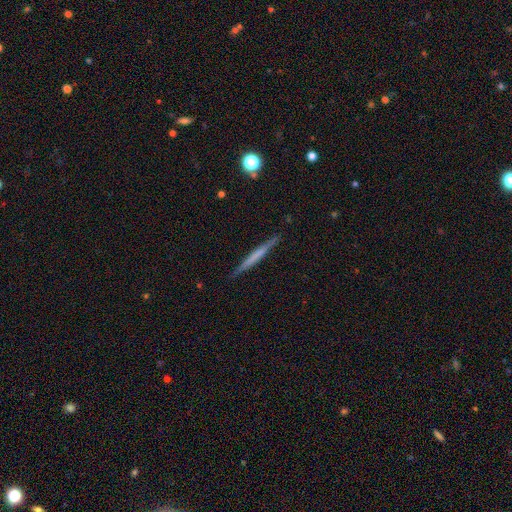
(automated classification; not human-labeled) smooth-or-featured: featured or disk: 50% | smooth: 44% | star or artifact: 6%
  merging: none: 90% | minor disturbance: 7% | major disturbance: 2% | merger: 1%